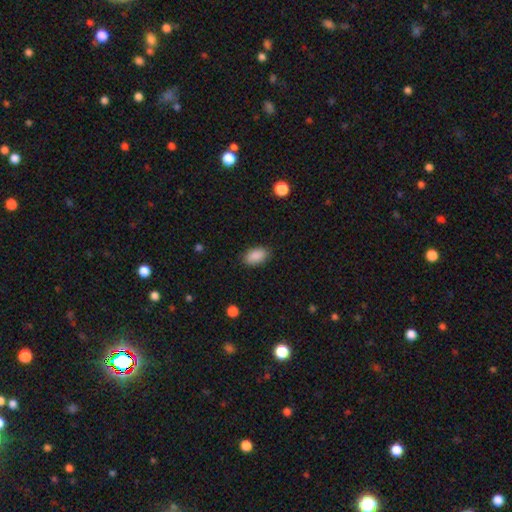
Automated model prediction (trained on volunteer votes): Q: Smooth or featured?
A: smooth (89%); runner-up: star or artifact (7%)
Q: How rounded?
A: in between (92%); runner-up: round (6%)
Q: Merging?
A: none (85%); runner-up: minor disturbance (11%)